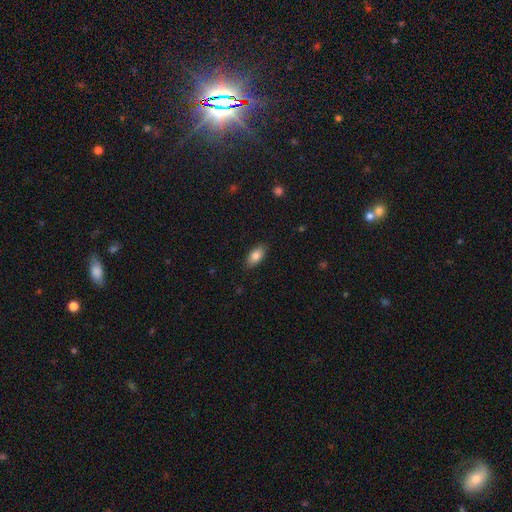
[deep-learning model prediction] A smooth galaxy with no disk features (83%) that is in between round and cigar-shaped (90%). Merging: none (87%).